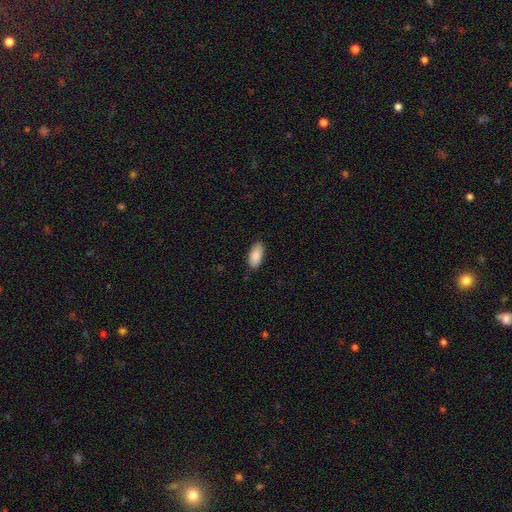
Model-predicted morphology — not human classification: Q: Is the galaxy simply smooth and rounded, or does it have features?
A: smooth — 89%.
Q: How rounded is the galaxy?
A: in between — 92%.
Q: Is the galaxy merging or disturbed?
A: none — 87%.